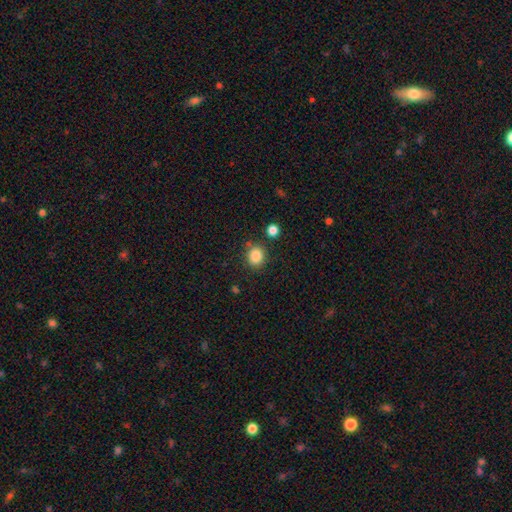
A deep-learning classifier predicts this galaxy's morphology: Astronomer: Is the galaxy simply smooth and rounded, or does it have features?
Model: smooth — 85%.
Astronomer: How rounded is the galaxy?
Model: round — 73%.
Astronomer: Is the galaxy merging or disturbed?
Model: none — 81%.